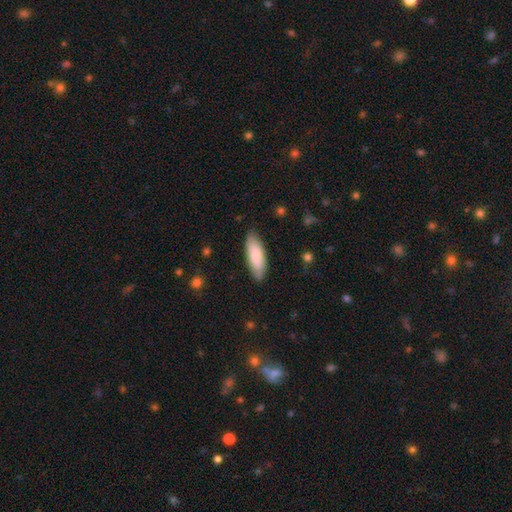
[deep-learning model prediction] Morphology: type=smooth (78%); roundness=in between (68%); merging=none (84%).